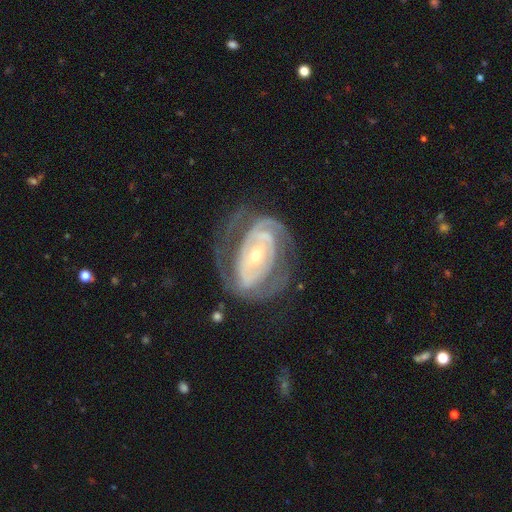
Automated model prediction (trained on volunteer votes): Overall: featured or disk (86%). Edge-on disk: no (96%). Bar: no (48%; weak 29%). Spiral arms: yes (89%). Spiral arm count: 2 (47%; can't tell 27%). Spiral winding: tight (61%; medium 29%). Bulge size: small (62%; moderate 34%). Merging: none (57%; major disturbance 22%).